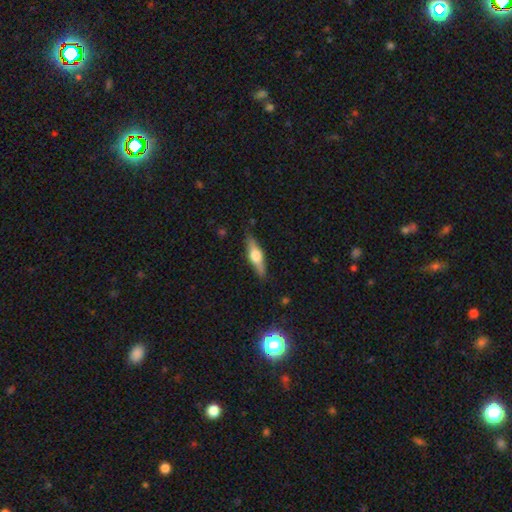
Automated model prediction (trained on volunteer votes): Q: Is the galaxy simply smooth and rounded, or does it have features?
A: featured or disk — 57%.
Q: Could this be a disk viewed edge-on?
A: yes — 94%.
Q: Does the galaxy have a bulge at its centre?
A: rounded — 93%.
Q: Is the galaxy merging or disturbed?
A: none — 87%.